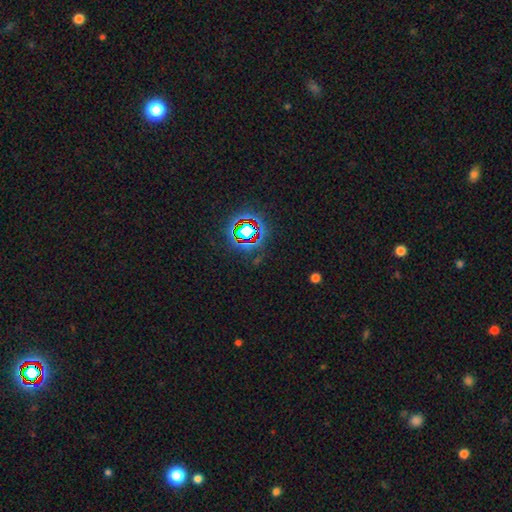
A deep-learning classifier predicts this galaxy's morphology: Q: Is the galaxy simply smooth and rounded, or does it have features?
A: star or artifact — 70%.